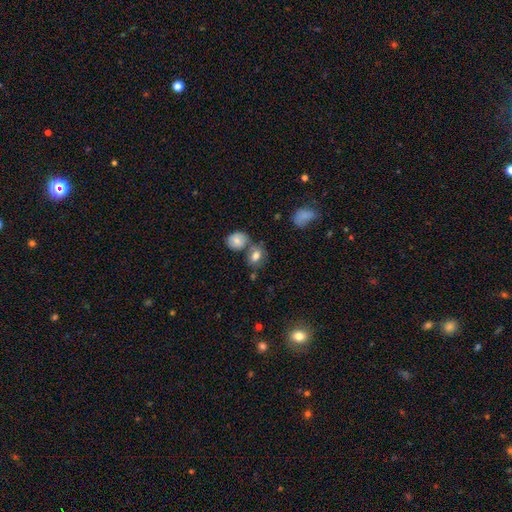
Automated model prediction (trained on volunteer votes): Q: Smooth or featured?
A: smooth (76%); runner-up: featured or disk (14%)
Q: How rounded?
A: in between (58%); runner-up: round (41%)
Q: Merging?
A: none (53%); runner-up: merger (28%)